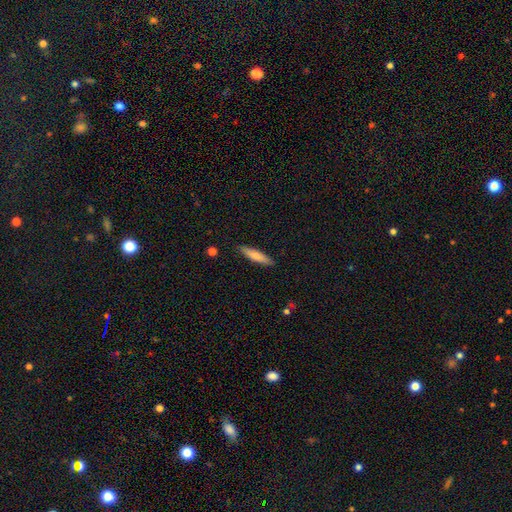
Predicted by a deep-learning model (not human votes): smooth_or_featured: smooth (p=0.74) [alt: featured or disk p=0.20]
how_rounded: cigar-shaped (p=0.85) [alt: in between p=0.14]
merging: none (p=0.89) [alt: minor disturbance p=0.08]